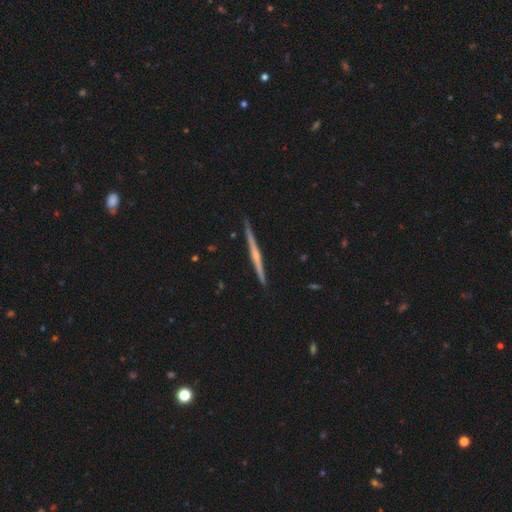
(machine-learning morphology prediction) smooth_or_featured: featured or disk (p=0.76) [alt: smooth p=0.18]
disk_edge_on: yes (p=0.99) [alt: no p=0.01]
edge_on_bulge: rounded (p=0.59) [alt: none p=0.33]
merging: none (p=0.92) [alt: minor disturbance p=0.06]